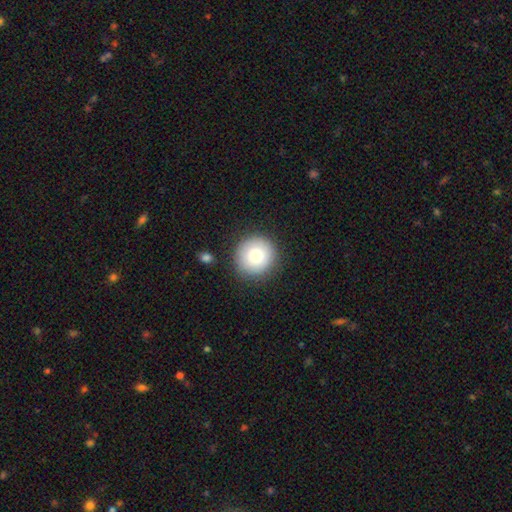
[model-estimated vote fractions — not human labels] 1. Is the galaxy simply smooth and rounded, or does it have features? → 78% smooth, 12% featured or disk, 9% star or artifact.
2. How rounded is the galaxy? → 95% round, 4% in between, 1% cigar-shaped.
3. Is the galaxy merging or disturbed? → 87% none, 8% minor disturbance, 3% major disturbance, 2% merger.